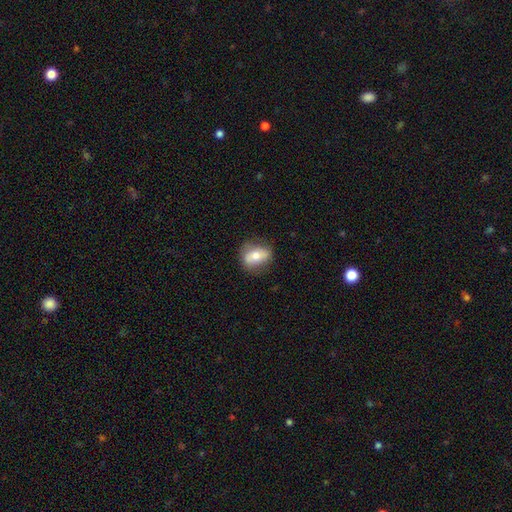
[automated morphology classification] type=smooth (60%); roundness=in between (69%); merging=none (75%).